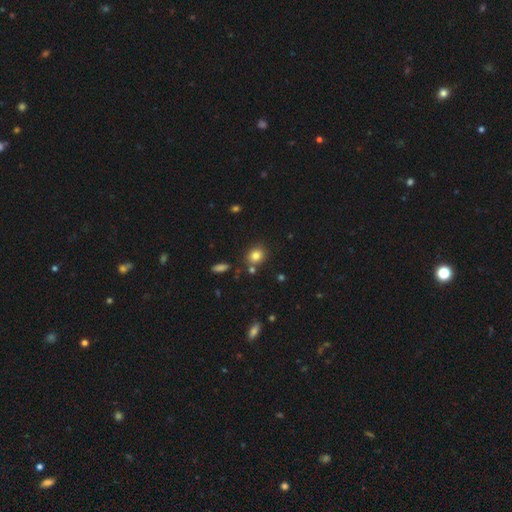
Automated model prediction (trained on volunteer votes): The model was most divided on "how rounded": round: 66%, in between: 32%, cigar-shaped: 1%. More confident: smooth or featured — smooth (81%); merging — none (77%).